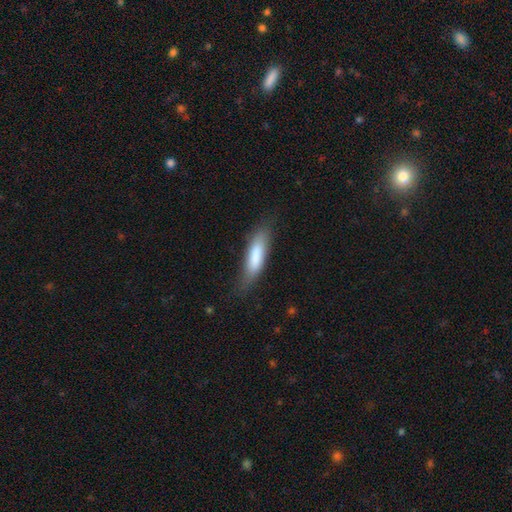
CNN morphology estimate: This appears to be a smooth galaxy with no disk features (76%) that is cigar-shaped (65%). Merging: none (70%).